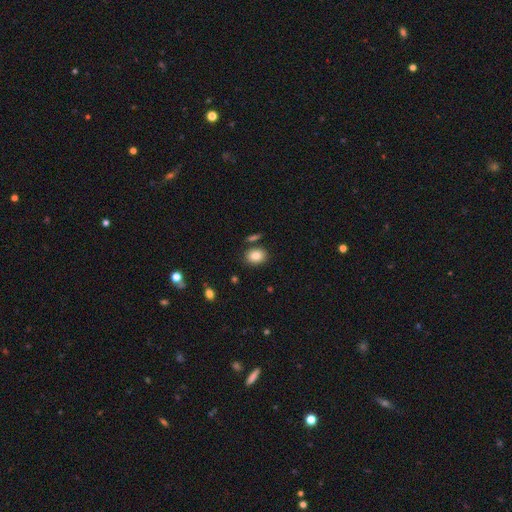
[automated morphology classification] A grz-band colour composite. It shows a smooth galaxy with no disk features (83%) that is in between round and cigar-shaped (61%). Merging: none (80%).